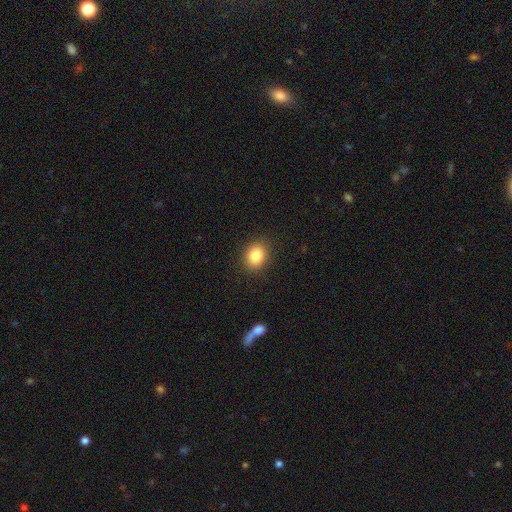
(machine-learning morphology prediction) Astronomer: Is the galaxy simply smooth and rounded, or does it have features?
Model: smooth — 85%.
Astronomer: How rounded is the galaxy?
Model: round — 50% (runner-up: in between, 49%).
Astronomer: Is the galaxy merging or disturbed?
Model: none — 89%.